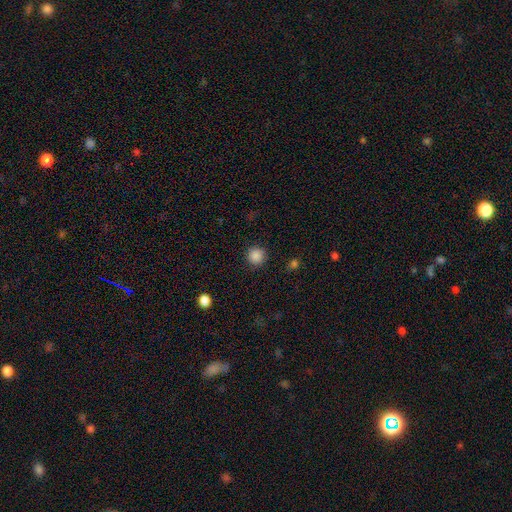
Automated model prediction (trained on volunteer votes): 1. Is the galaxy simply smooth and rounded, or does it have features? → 87% smooth, 10% star or artifact, 3% featured or disk.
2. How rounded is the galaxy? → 95% round, 4% in between, 1% cigar-shaped.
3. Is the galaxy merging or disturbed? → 91% none, 6% minor disturbance, 2% major disturbance, 1% merger.